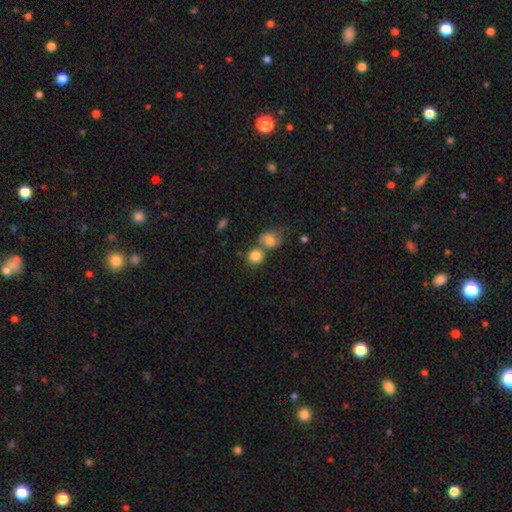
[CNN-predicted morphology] Smooth or featured: smooth — 82% (star or artifact — 10%)
How rounded: round — 81% (in between — 18%)
Merging: none — 50% (merger — 37%)